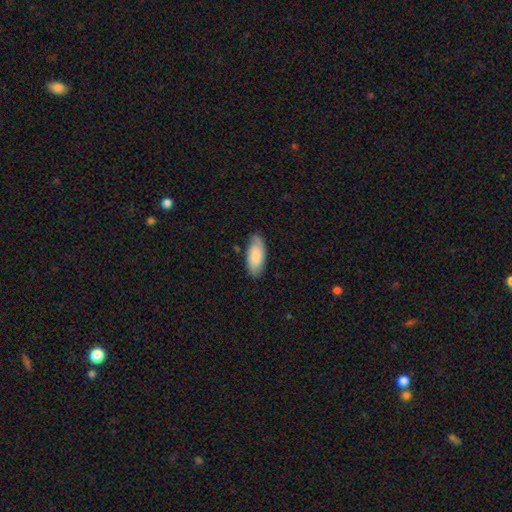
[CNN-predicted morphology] smooth 73%, featured or disk 21%, star or artifact 6%. Down the decision tree: how rounded — in between (89%); merging — none (76%).